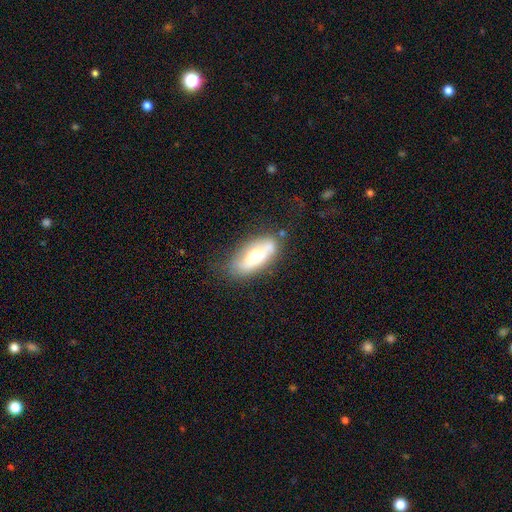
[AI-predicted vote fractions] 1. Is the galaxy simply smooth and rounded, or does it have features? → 49% smooth, 44% featured or disk, 7% star or artifact.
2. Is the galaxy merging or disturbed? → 63% none, 22% minor disturbance, 8% major disturbance, 6% merger.